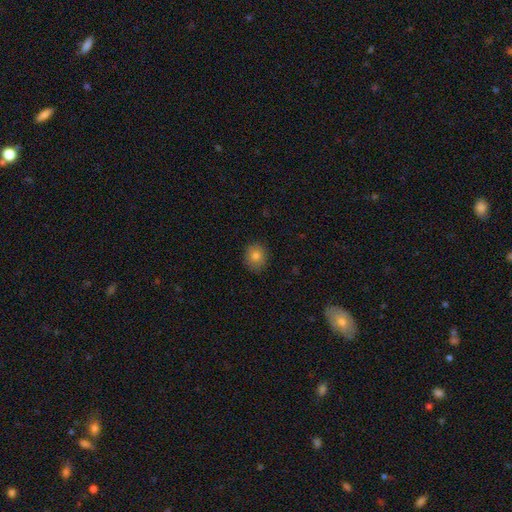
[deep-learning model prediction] A smooth galaxy with no disk features (80%) that is round (67%). Merging: none (86%).